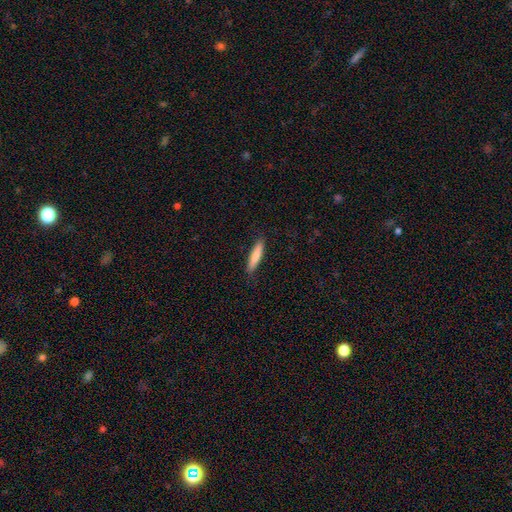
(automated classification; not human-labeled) A smooth galaxy with no disk features (76%) that is cigar-shaped (85%). Merging: none (88%).